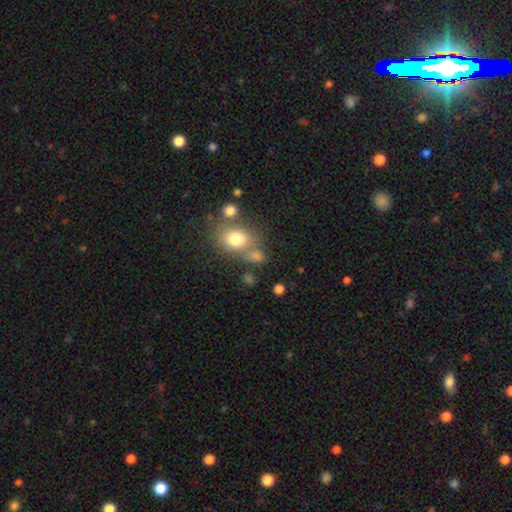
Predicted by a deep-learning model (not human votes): A smooth galaxy with no disk features (75%) that is round (52%). Merging: none (56%).